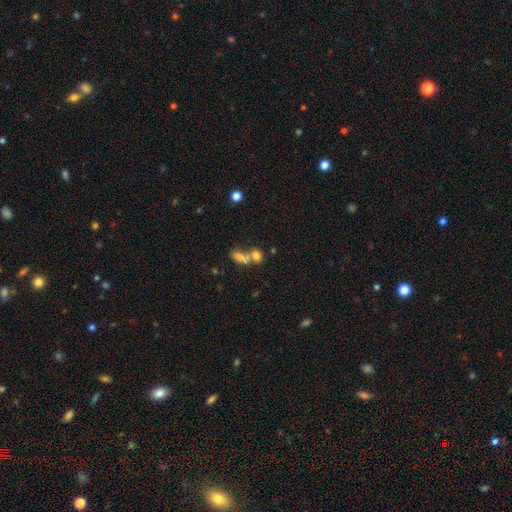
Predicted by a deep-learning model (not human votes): smooth-or-featured: smooth: 64% | featured or disk: 19% | star or artifact: 17%
  how-rounded: in between: 57% | round: 38% | cigar-shaped: 5%
  merging: merger: 62% | none: 26% | minor disturbance: 7% | major disturbance: 5%